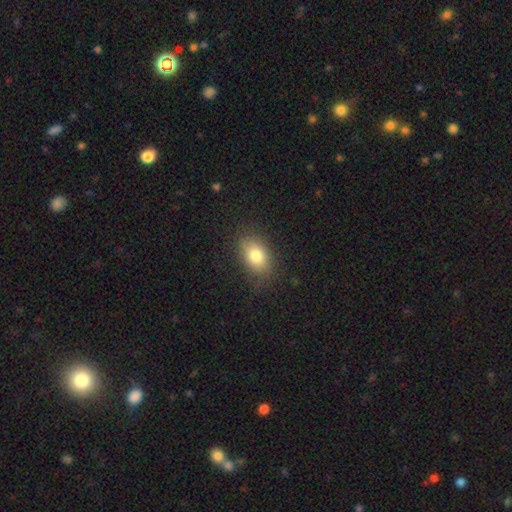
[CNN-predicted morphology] smooth 79%, featured or disk 11%, star or artifact 9%. Down the decision tree: how rounded — in between (83%); merging — none (81%).